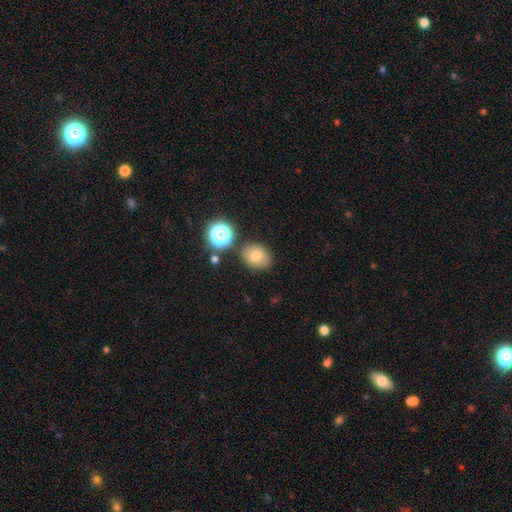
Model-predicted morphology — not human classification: A smooth galaxy with no disk features (72%) that is round (56%). Merging: none (80%).